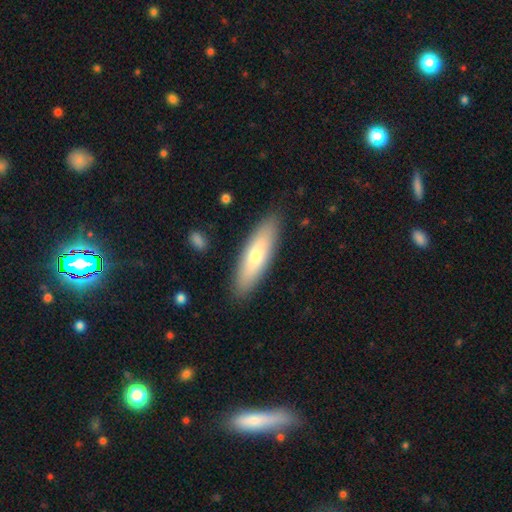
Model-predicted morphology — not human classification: Smooth or featured: smooth — 64% (featured or disk — 30%)
How rounded: cigar-shaped — 62% (in between — 36%)
Merging: none — 89% (minor disturbance — 8%)